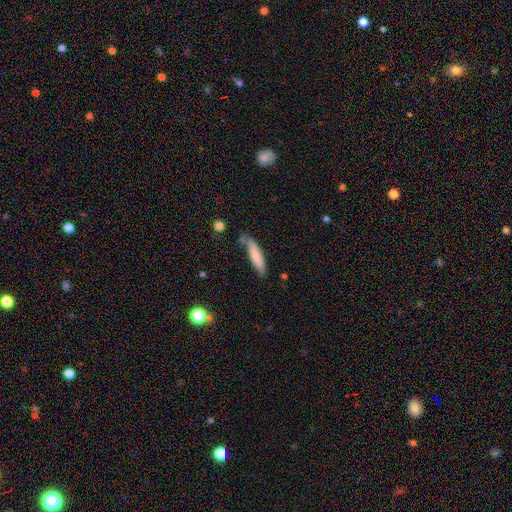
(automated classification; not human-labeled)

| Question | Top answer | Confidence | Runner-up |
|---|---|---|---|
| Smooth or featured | smooth | 76% | featured or disk (17%) |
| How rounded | cigar-shaped | 81% | in between (18%) |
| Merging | none | 64% | minor disturbance (23%) |